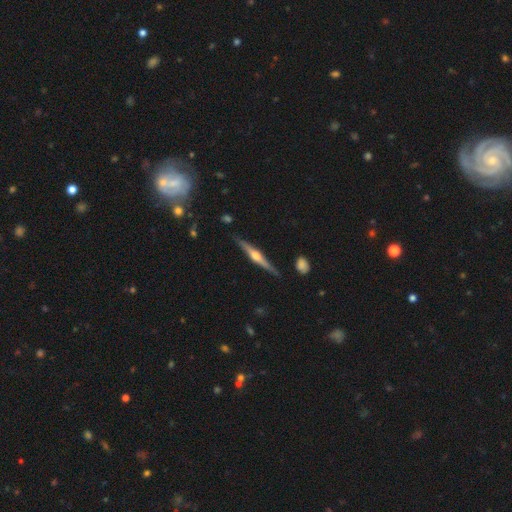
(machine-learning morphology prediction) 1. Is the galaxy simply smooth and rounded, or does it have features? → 77% featured or disk, 18% smooth, 5% star or artifact.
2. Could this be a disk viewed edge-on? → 98% yes, 2% no.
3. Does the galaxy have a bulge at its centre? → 91% rounded, 5% boxy, 4% none.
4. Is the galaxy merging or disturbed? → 87% none, 10% minor disturbance, 2% major disturbance, 2% merger.